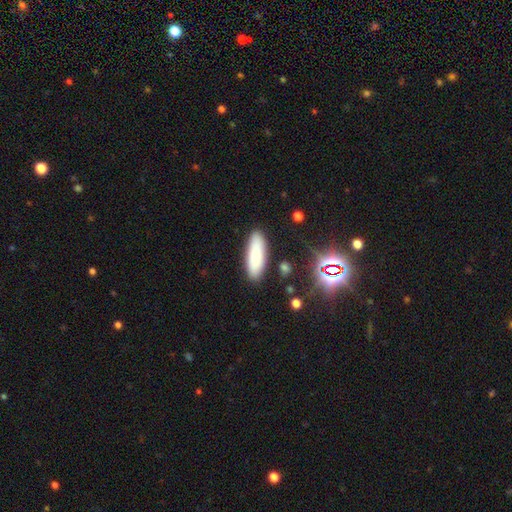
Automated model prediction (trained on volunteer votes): A smooth galaxy with no disk features (77%) that is in between round and cigar-shaped (59%).

Vote fractions:
- Smooth or featured? smooth: 77% / featured or disk: 14% / star or artifact: 9%
- How rounded? in between: 59% / cigar-shaped: 39% / round: 2%
- Merging? none: 85% / minor disturbance: 10% / major disturbance: 2% / merger: 2%